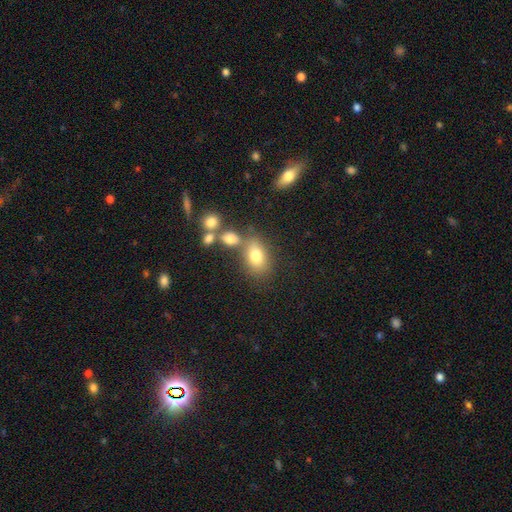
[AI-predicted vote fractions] smooth_or_featured: smooth (p=0.75) [alt: featured or disk p=0.14]
how_rounded: in between (p=0.77) [alt: round p=0.20]
merging: none (p=0.57) [alt: merger p=0.22]